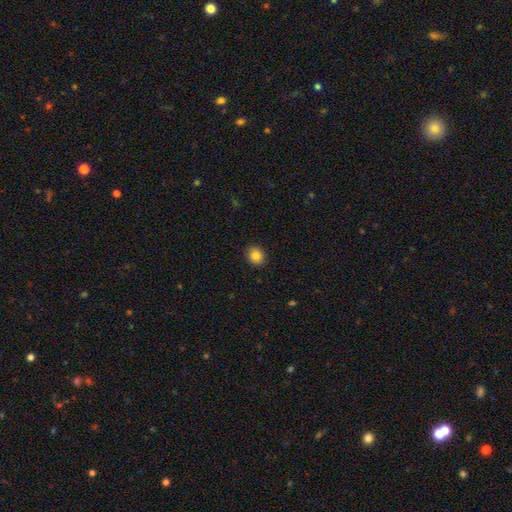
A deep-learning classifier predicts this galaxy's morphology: Overall: smooth (85%). How rounded: round (75%). Merging: none (90%).